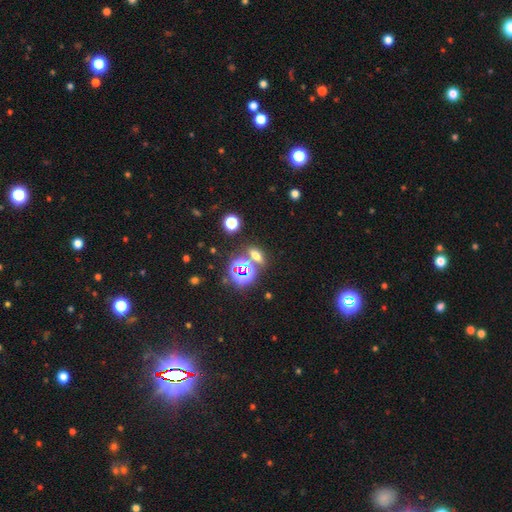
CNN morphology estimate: Smooth or featured? Predicted: smooth (p=0.51). How rounded? Predicted: in between (p=0.56). Merging? Predicted: none (p=0.73).